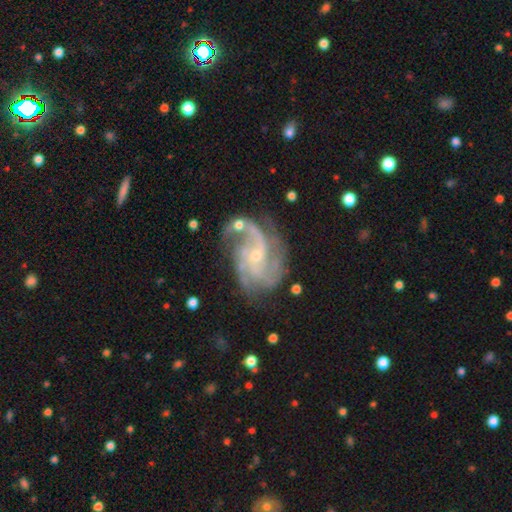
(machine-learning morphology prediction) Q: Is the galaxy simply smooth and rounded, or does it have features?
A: featured or disk — 89%.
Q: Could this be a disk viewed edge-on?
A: no — 98%.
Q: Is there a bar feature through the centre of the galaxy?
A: no — 64%.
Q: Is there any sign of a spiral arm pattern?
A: yes — 97%.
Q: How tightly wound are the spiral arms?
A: medium — 50%.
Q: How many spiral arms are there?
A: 3 — 37%.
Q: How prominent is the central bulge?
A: small — 75%.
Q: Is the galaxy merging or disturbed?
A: none — 57%.